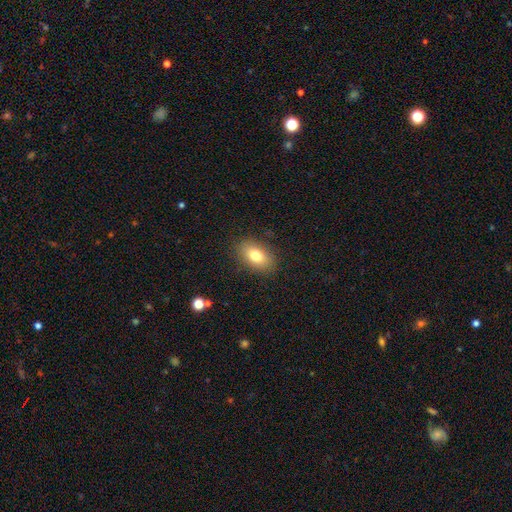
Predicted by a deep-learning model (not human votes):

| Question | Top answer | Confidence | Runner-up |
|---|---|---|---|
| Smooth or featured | smooth | 78% | featured or disk (13%) |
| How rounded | in between | 88% | round (10%) |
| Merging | none | 87% | minor disturbance (9%) |